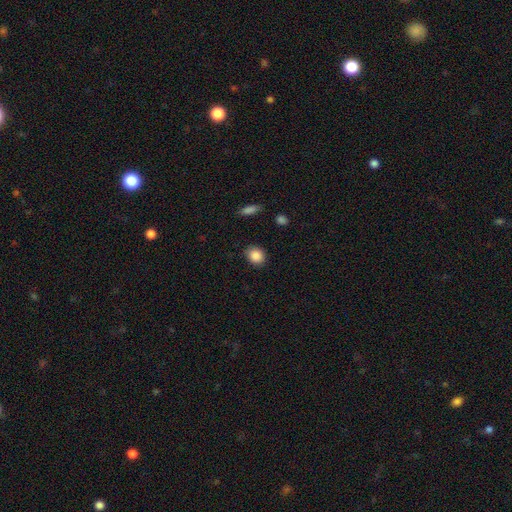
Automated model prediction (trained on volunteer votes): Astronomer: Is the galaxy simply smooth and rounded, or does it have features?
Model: smooth — 88%.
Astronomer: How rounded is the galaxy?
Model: round — 60% (runner-up: in between, 39%).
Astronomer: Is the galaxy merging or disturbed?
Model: none — 86%.